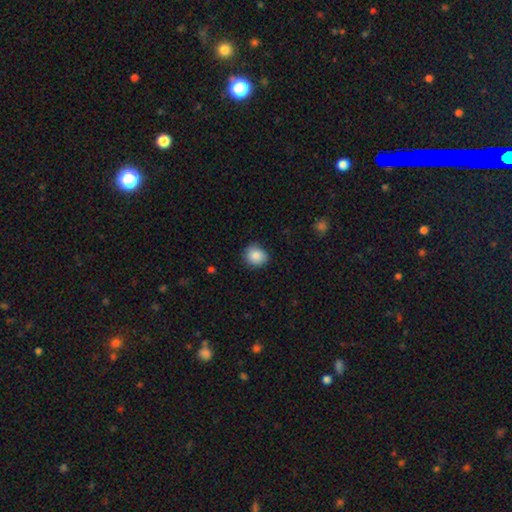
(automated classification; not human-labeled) A smooth galaxy with no disk features (87%) that is round (73%).

Vote fractions:
- Smooth or featured? smooth: 87% / star or artifact: 8% / featured or disk: 5%
- How rounded? round: 73% / in between: 26% / cigar-shaped: 1%
- Merging? none: 81% / minor disturbance: 15% / major disturbance: 3% / merger: 1%